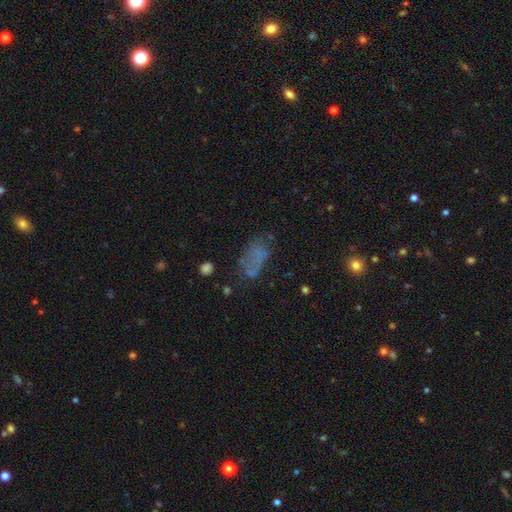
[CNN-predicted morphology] smooth_or_featured: smooth (p=0.54) [alt: featured or disk p=0.27]
how_rounded: in between (p=0.85) [alt: cigar-shaped p=0.09]
merging: none (p=0.49) [alt: minor disturbance p=0.23]